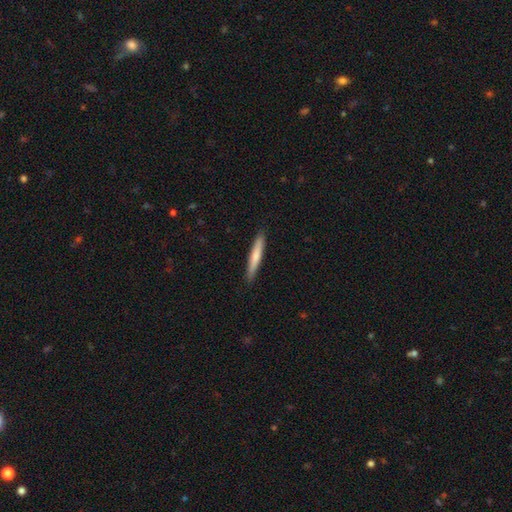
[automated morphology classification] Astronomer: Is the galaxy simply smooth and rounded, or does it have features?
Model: smooth — 66%.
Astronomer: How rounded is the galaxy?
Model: cigar-shaped — 94%.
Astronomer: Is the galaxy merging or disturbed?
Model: none — 89%.